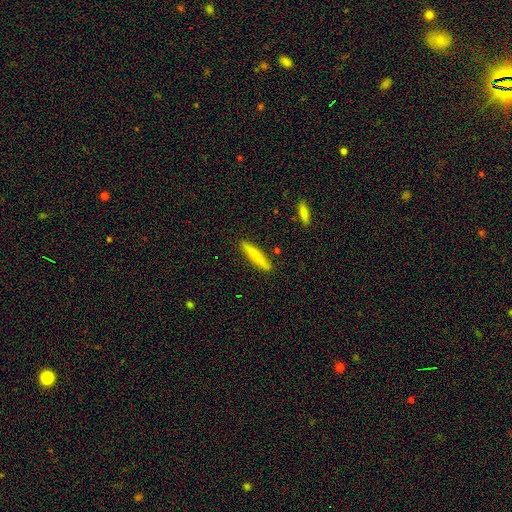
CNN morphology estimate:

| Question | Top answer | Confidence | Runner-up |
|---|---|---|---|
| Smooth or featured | smooth | 74% | featured or disk (20%) |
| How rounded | cigar-shaped | 92% | in between (6%) |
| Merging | none | 89% | minor disturbance (7%) |